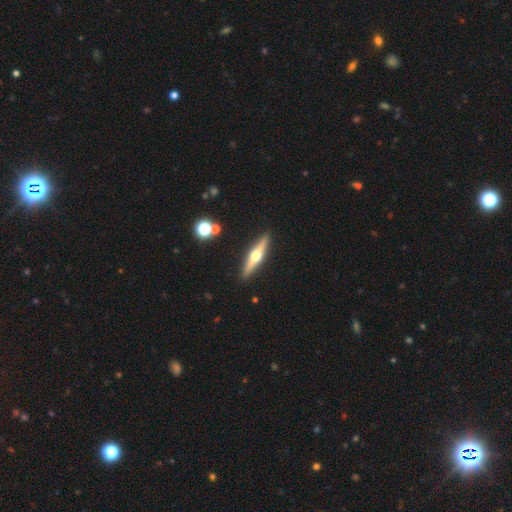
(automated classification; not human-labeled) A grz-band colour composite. It shows a featured or disk galaxy (67%) viewed edge-on (96%) with a rounded central bulge (95%). Merging: none (90%).